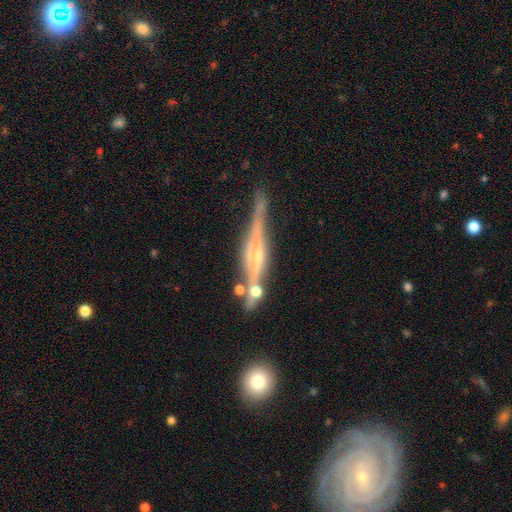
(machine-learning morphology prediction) featured or disk 80%, smooth 13%, star or artifact 7%. Down the decision tree: edge-on disk — yes (93%); edge-on bulge — rounded (74%); merging — none (61%).